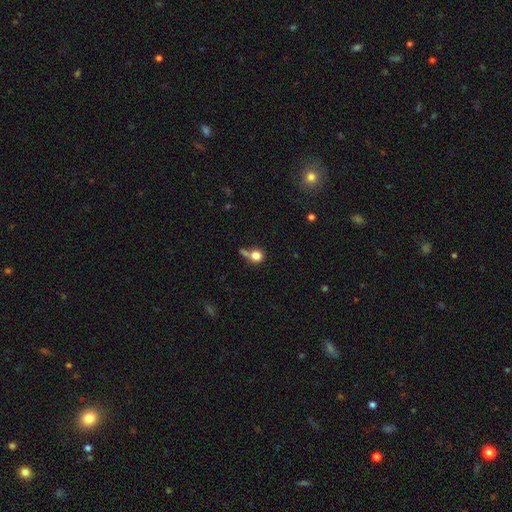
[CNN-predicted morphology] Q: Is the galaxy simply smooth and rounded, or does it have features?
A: smooth — 78%.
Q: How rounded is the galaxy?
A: round — 83%.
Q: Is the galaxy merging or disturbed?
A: none — 43%.